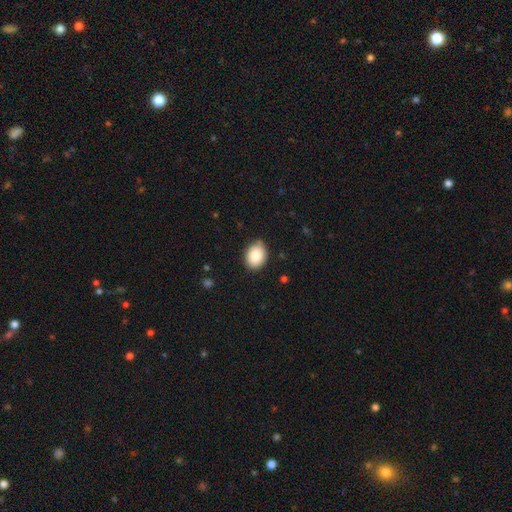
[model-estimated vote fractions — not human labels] Smooth or featured? smooth (85%)
How rounded? in between (69%)
Merging? none (84%)